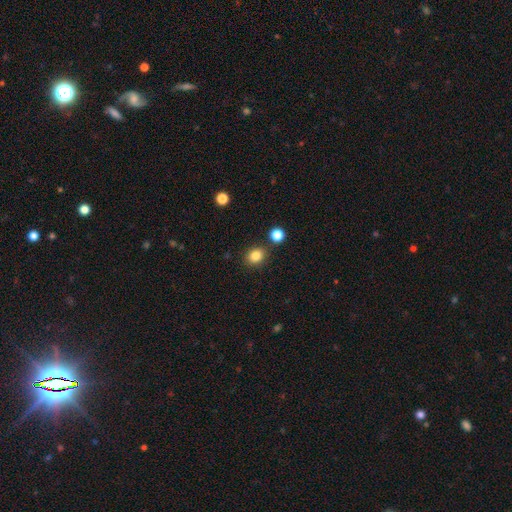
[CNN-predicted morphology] smooth_or_featured: smooth (p=0.83) [alt: star or artifact p=0.11]
how_rounded: round (p=0.64) [alt: in between p=0.35]
merging: none (p=0.83) [alt: minor disturbance p=0.09]